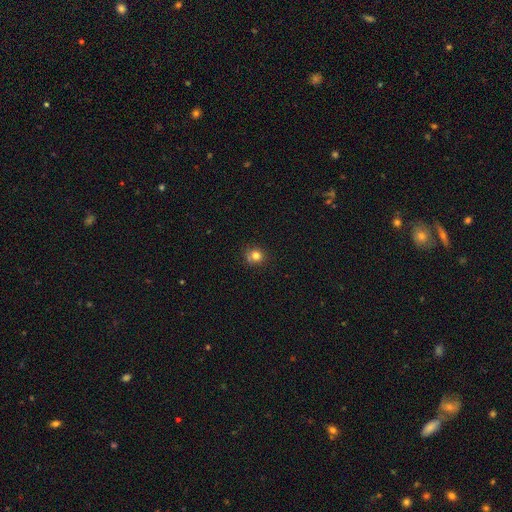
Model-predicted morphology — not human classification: Smooth or featured? Predicted: smooth (p=0.78). How rounded? Predicted: round (p=0.87). Merging? Predicted: none (p=0.78).